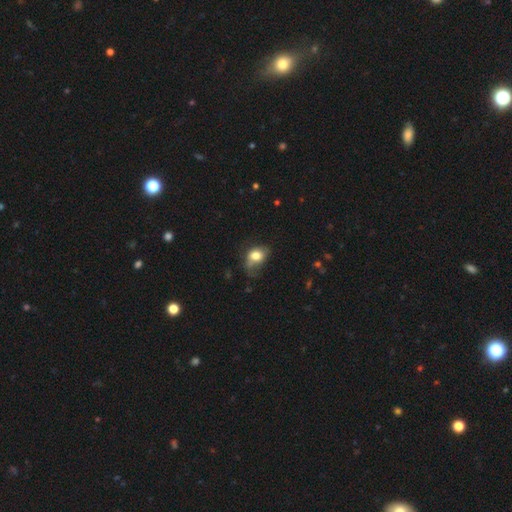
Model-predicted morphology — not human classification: type=smooth (73%); roundness=in between (64%); merging=none (34%).